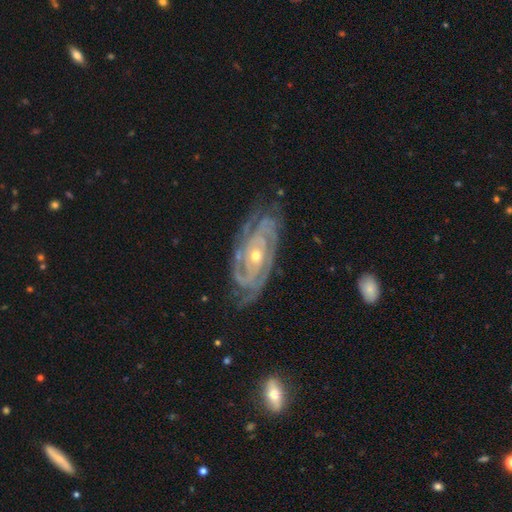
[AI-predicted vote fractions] A featured or disk galaxy (92%) with no bar (69%), 3 (28%) tight (80%) spiral arms (98%) and a moderate central bulge (49%).

Vote fractions:
- Smooth or featured? featured or disk: 92% / star or artifact: 4% / smooth: 4%
- Edge-on disk? no: 95% / yes: 5%
- Bar? no: 69% / weak: 20% / strong: 11%
- Spiral arms? yes: 98% / no: 2%
- Spiral winding? tight: 80% / medium: 17% / loose: 3%
- Spiral arm count? 3: 28% / 2: 27% / can't tell: 18% / 4: 14% / more than 4: 7% / 1: 6%
- Bulge size? moderate: 49% / small: 48% / large: 2% / none: 1% / dominant: 1%
- Merging? none: 76% / minor disturbance: 17% / major disturbance: 6% / merger: 1%